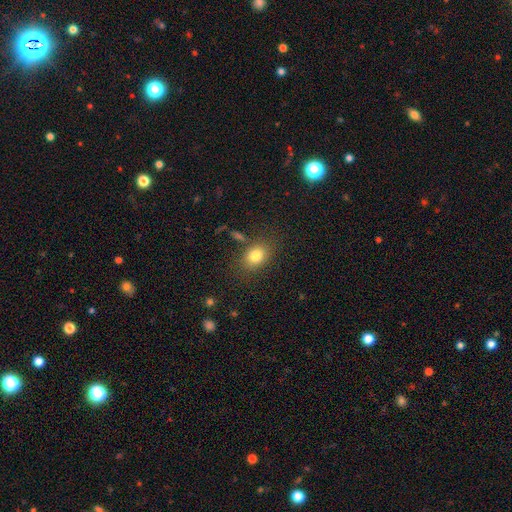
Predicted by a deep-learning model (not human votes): smooth_or_featured: smooth (p=0.79) [alt: star or artifact p=0.11]
how_rounded: in between (p=0.59) [alt: round p=0.40]
merging: none (p=0.77) [alt: minor disturbance p=0.13]